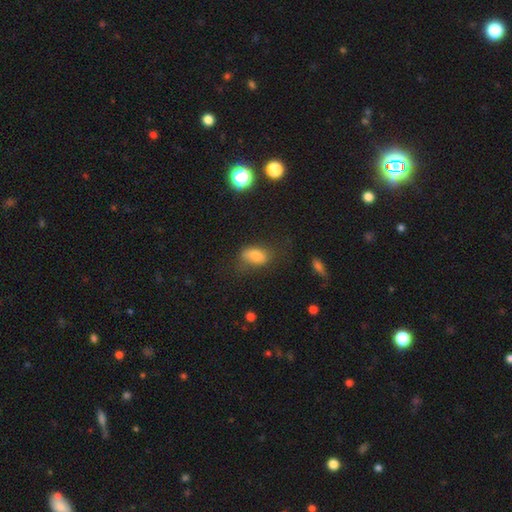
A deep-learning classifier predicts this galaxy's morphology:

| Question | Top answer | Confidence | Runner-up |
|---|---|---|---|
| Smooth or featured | smooth | 73% | featured or disk (15%) |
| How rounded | in between | 86% | round (11%) |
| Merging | none | 56% | minor disturbance (26%) |